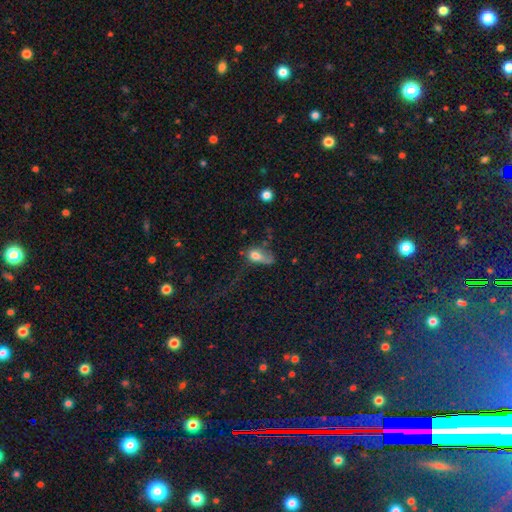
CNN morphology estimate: A smooth galaxy with no disk features (67%) that is in between round and cigar-shaped (78%). Merging: major disturbance (43%).